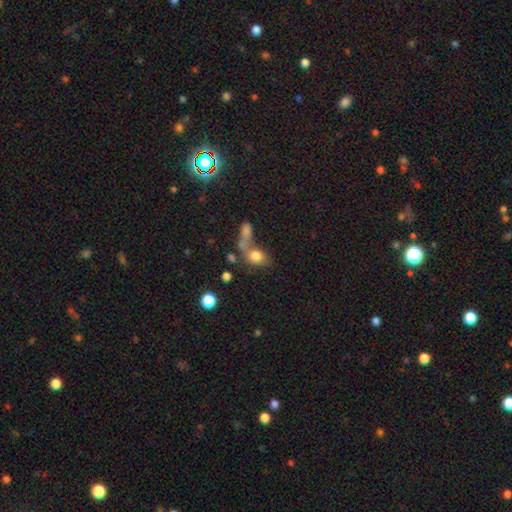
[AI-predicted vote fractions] smooth-or-featured: smooth: 74% | featured or disk: 15% | star or artifact: 11%
  how-rounded: in between: 61% | round: 36% | cigar-shaped: 3%
  merging: merger: 51% | none: 27% | major disturbance: 12% | minor disturbance: 10%